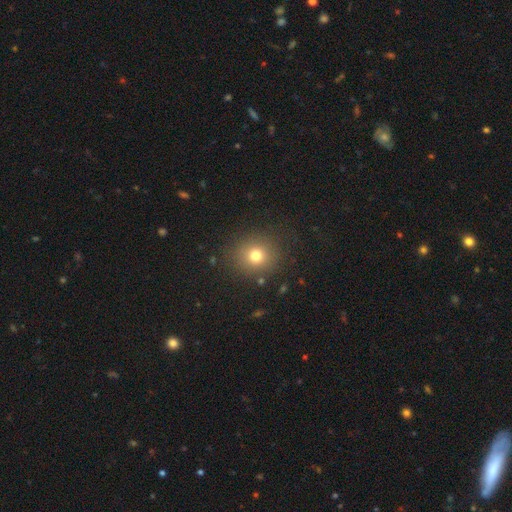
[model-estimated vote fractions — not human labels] Overall: smooth (74%). How rounded: round (87%). Merging: none (86%).